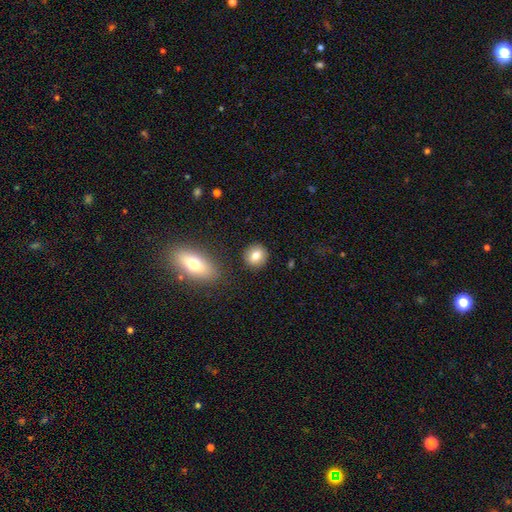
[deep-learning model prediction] smooth 80%, featured or disk 11%, star or artifact 9%. Down the decision tree: how rounded — round (83%); merging — none (88%).